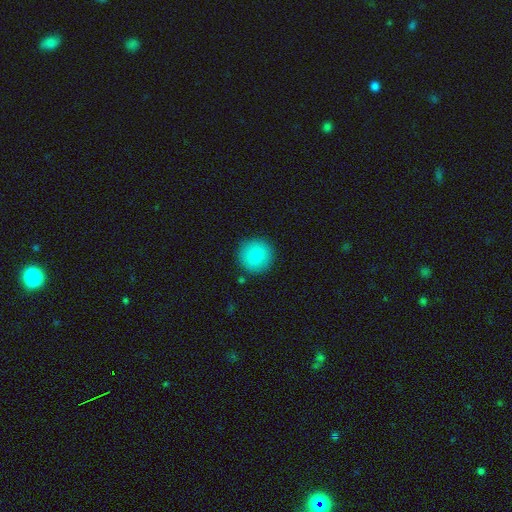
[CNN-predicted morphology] type=smooth (83%); roundness=round (95%); merging=none (89%).